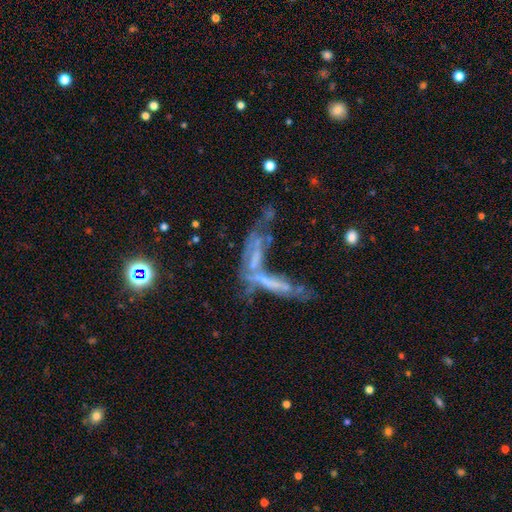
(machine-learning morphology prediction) smooth_or_featured: featured or disk (p=0.55) [alt: smooth p=0.31]
disk_edge_on: no (p=0.72) [alt: yes p=0.28]
merging: merger (p=0.61) [alt: major disturbance p=0.18]